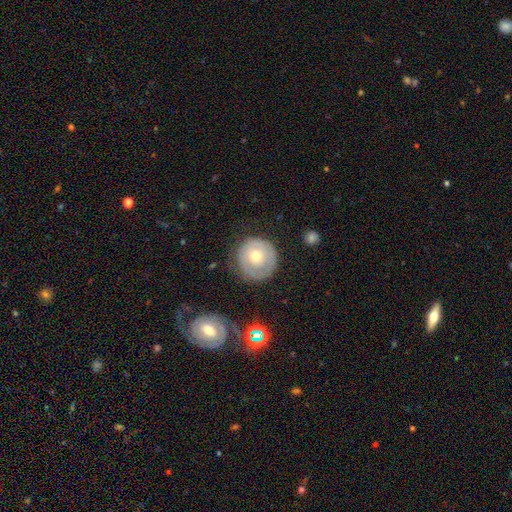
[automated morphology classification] Smooth or featured?
  - smooth: 50% *
  - featured or disk: 43%
  - star or artifact: 7%
Merging?
  - none: 71% *
  - minor disturbance: 19%
  - major disturbance: 8%
  - merger: 2%